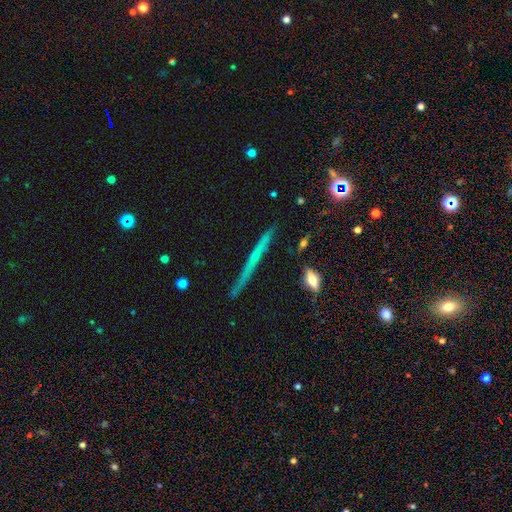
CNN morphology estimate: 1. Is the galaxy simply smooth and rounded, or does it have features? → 64% featured or disk, 25% smooth, 11% star or artifact.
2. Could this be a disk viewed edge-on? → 96% yes, 4% no.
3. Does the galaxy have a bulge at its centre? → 60% none, 35% rounded, 6% boxy.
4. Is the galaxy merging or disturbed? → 84% none, 11% minor disturbance, 2% major disturbance, 2% merger.